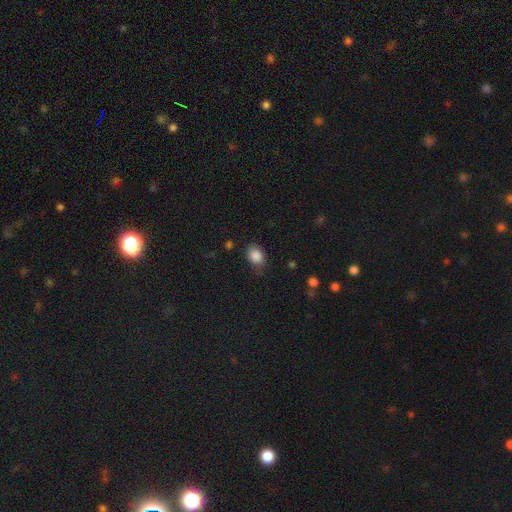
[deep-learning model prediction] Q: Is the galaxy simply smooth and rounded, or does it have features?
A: smooth — 87%.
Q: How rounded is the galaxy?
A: in between — 67%.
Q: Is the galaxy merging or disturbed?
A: none — 71%.